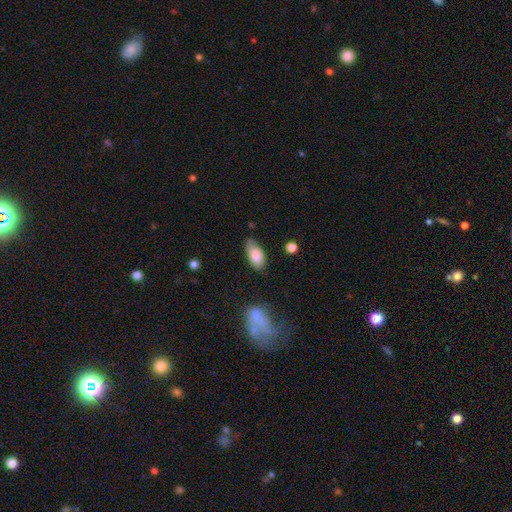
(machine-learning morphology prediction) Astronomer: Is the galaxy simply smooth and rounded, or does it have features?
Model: smooth — 81%.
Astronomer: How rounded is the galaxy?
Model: in between — 93%.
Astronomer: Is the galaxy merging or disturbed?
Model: none — 65%.